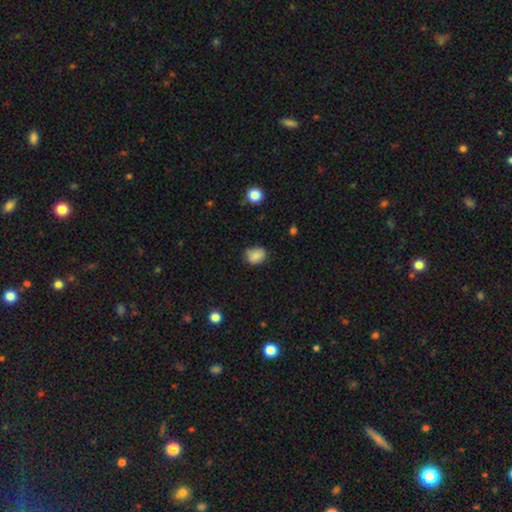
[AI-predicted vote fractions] A smooth galaxy with no disk features (82%) that is round (53%).

Vote fractions:
- Smooth or featured? smooth: 82% / star or artifact: 9% / featured or disk: 9%
- How rounded? round: 53% / in between: 46% / cigar-shaped: 1%
- Merging? none: 72% / minor disturbance: 23% / major disturbance: 4% / merger: 2%